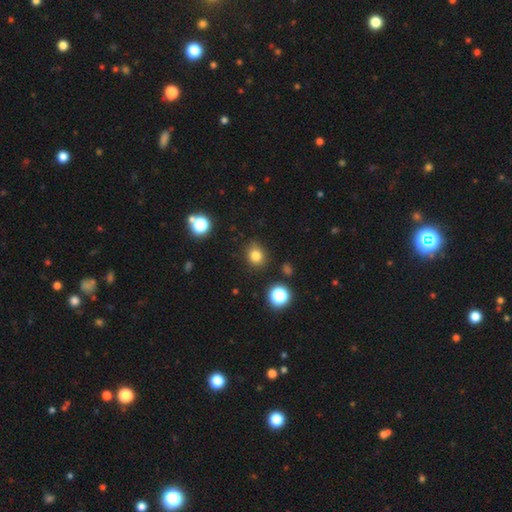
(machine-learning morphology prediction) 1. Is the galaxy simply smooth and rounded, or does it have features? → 80% smooth, 14% star or artifact, 6% featured or disk.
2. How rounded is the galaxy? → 73% round, 26% in between, 1% cigar-shaped.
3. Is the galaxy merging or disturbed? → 83% none, 11% minor disturbance, 3% major disturbance, 2% merger.